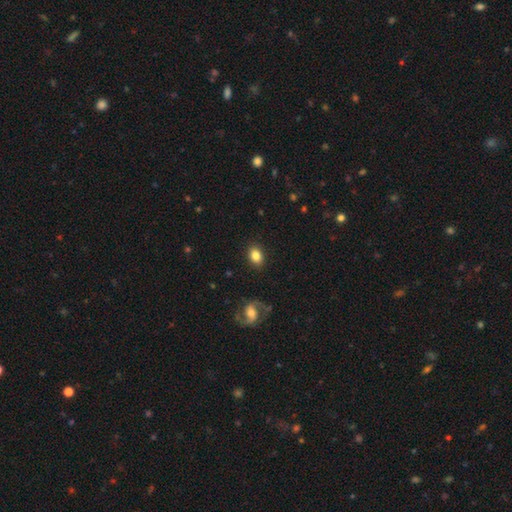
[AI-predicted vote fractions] Q: Smooth or featured?
A: smooth (81%); runner-up: featured or disk (11%)
Q: How rounded?
A: in between (73%); runner-up: round (25%)
Q: Merging?
A: none (87%); runner-up: minor disturbance (9%)